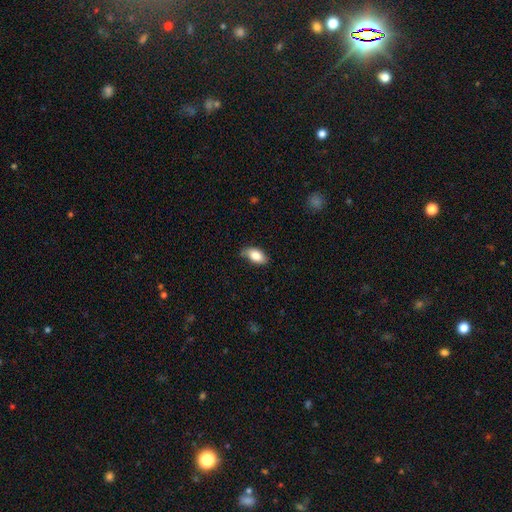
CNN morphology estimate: This is clearly a smooth galaxy (83%). How rounded: clearly in between (91%). Merging: likely none (71%).